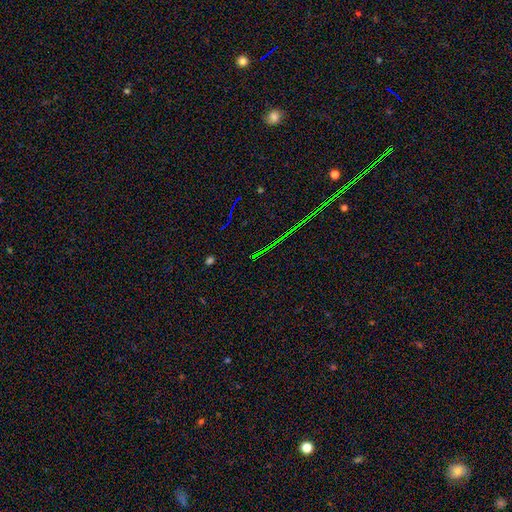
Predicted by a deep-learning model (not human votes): Smooth or featured? Predicted: star or artifact (p=0.77).